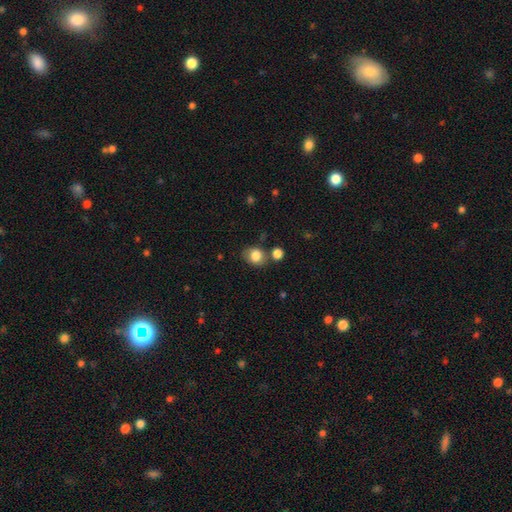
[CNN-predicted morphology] smooth-or-featured: smooth: 82% | star or artifact: 9% | featured or disk: 8%
  how-rounded: round: 52% | in between: 47% | cigar-shaped: 1%
  merging: none: 66% | minor disturbance: 17% | merger: 12% | major disturbance: 5%